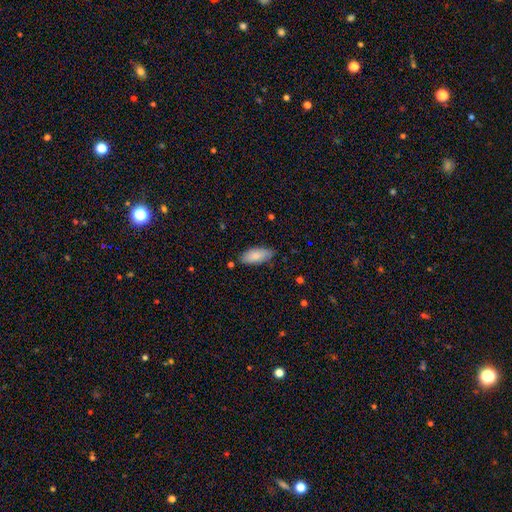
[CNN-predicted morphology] Smooth or featured?
  - smooth: 85% *
  - featured or disk: 9%
  - star or artifact: 6%
How rounded?
  - in between: 85% *
  - cigar-shaped: 14%
  - round: 2%
Merging?
  - none: 81% *
  - minor disturbance: 15%
  - major disturbance: 3%
  - merger: 2%